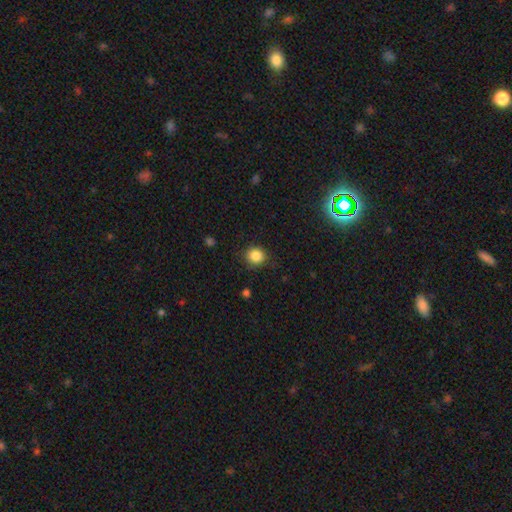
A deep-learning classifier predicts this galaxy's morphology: Smooth or featured?
  - smooth: 85% *
  - star or artifact: 11%
  - featured or disk: 4%
How rounded?
  - round: 84% *
  - in between: 15%
  - cigar-shaped: 1%
Merging?
  - none: 85% *
  - minor disturbance: 11%
  - major disturbance: 3%
  - merger: 1%